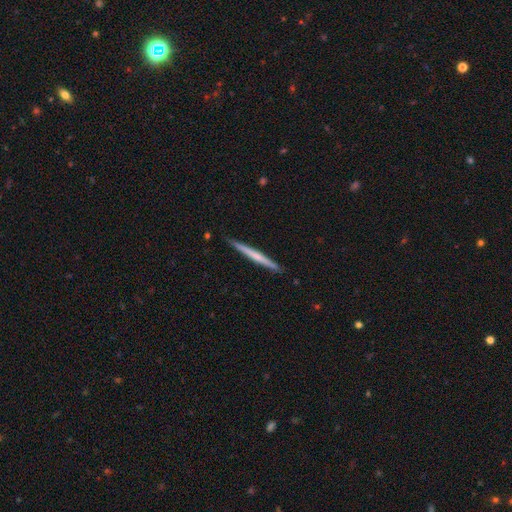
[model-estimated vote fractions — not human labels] This is possibly a featured or disk galaxy (53%). It is clearly viewed edge-on (98%). Edge-on bulge: likely none (65%). Merging: clearly none (91%).